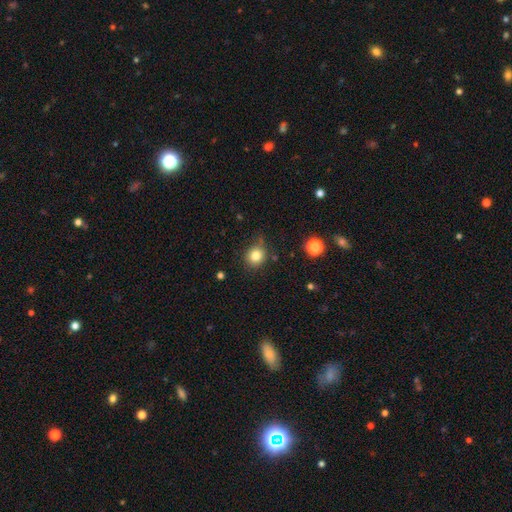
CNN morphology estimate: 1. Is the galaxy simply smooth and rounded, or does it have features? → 81% smooth, 12% star or artifact, 7% featured or disk.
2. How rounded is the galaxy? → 83% round, 16% in between, 1% cigar-shaped.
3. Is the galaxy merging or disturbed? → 74% none, 19% minor disturbance, 4% major disturbance, 3% merger.